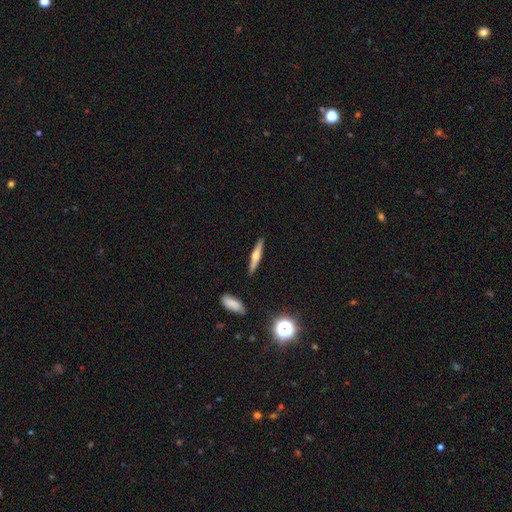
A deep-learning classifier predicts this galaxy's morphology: This is possibly a featured or disk galaxy (54%). It is clearly viewed edge-on (96%). Edge-on bulge: clearly rounded (86%). Merging: clearly none (89%).